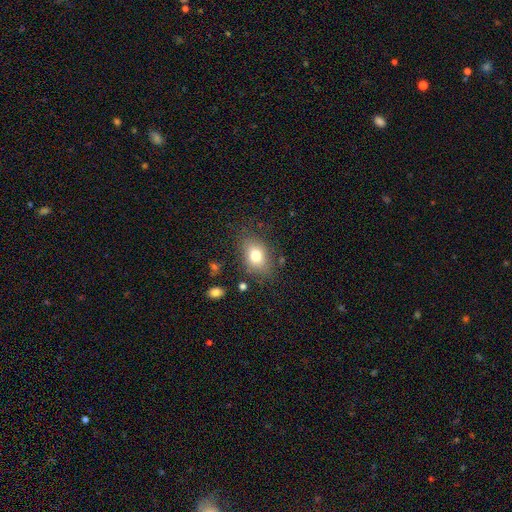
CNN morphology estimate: Smooth or featured?
  - smooth: 76% *
  - featured or disk: 14%
  - star or artifact: 10%
How rounded?
  - in between: 75% *
  - round: 23%
  - cigar-shaped: 2%
Merging?
  - none: 77% *
  - minor disturbance: 15%
  - major disturbance: 5%
  - merger: 2%